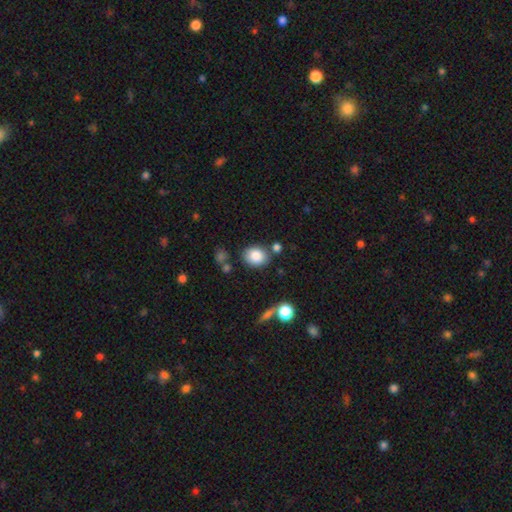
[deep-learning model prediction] smooth 84%, star or artifact 9%, featured or disk 7%. Down the decision tree: how rounded — round (52%); merging — none (76%).